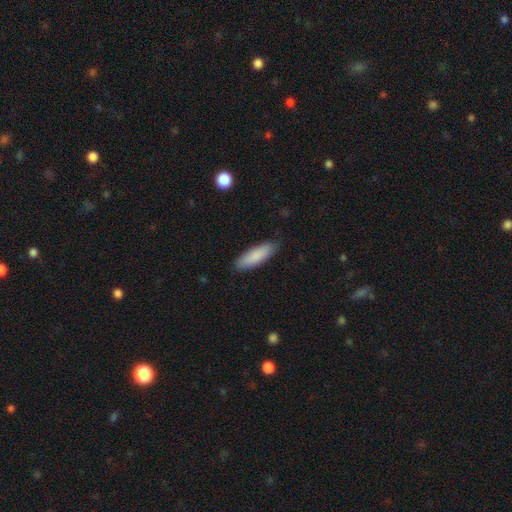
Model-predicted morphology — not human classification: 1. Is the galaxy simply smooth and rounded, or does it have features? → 86% smooth, 8% featured or disk, 6% star or artifact.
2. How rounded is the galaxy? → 52% cigar-shaped, 46% in between, 1% round.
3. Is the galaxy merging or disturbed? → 87% none, 10% minor disturbance, 2% major disturbance, 1% merger.